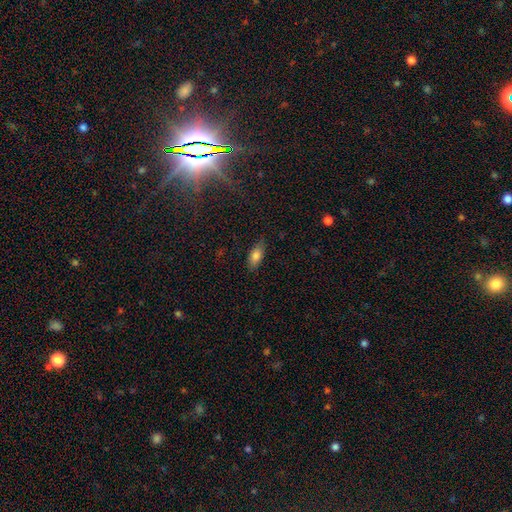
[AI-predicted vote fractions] Smooth or featured?
  - smooth: 80% *
  - featured or disk: 12%
  - star or artifact: 8%
How rounded?
  - in between: 83% *
  - cigar-shaped: 14%
  - round: 3%
Merging?
  - none: 80% *
  - minor disturbance: 16%
  - major disturbance: 3%
  - merger: 1%